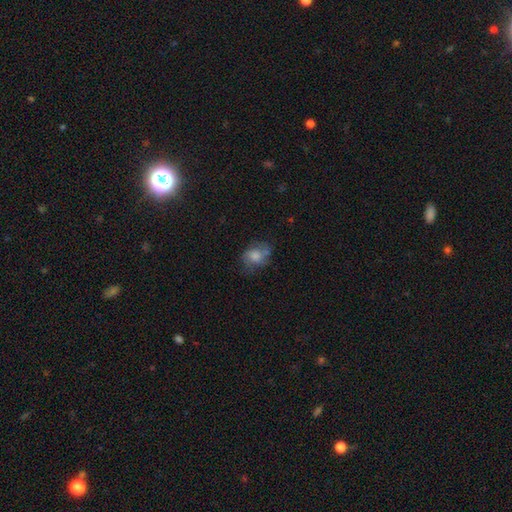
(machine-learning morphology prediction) A smooth galaxy with no disk features (53%) that is in between round and cigar-shaped (59%). Merging: none (56%).